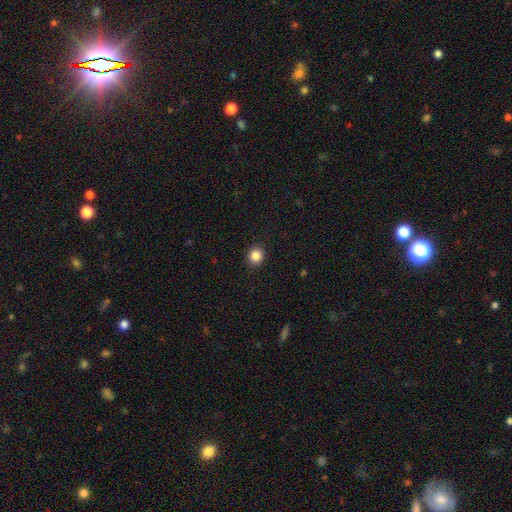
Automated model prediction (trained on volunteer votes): Smooth or featured? smooth (86%)
How rounded? round (78%)
Merging? none (91%)